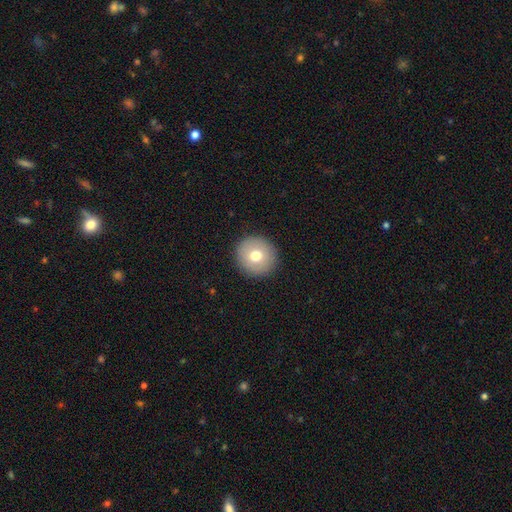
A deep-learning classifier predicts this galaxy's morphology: A smooth galaxy with no disk features (73%) that is round (94%). Merging: none (92%).